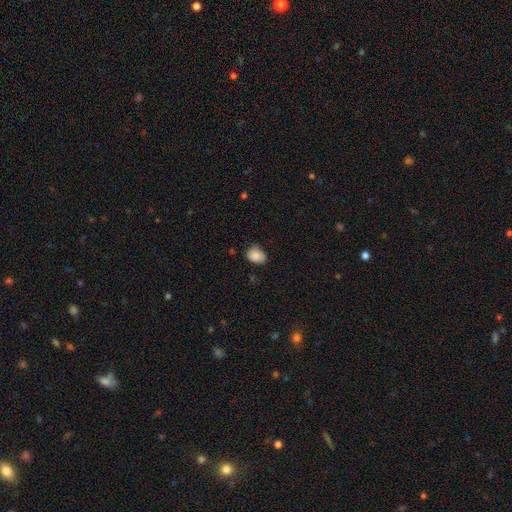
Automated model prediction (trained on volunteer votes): Overall: smooth (84%). How rounded: in between (63%; round 37%). Merging: none (56%; minor disturbance 35%).